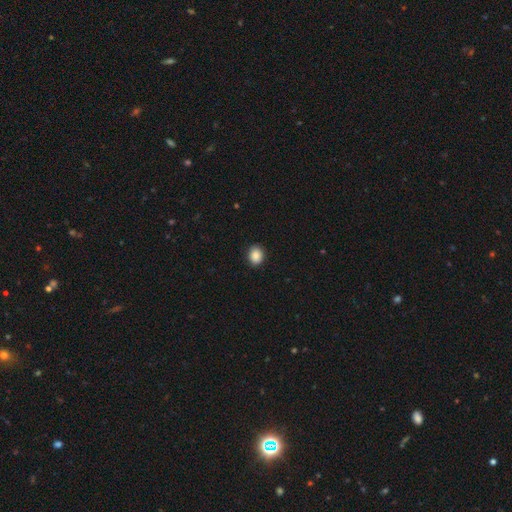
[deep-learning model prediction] Smooth or featured? Predicted: smooth (p=0.88). How rounded? Predicted: round (p=0.60). Merging? Predicted: none (p=0.90).